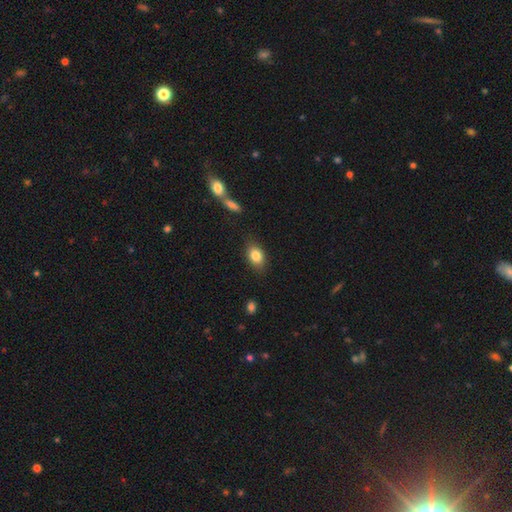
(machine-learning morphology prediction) Smooth or featured? smooth (83%)
How rounded? in between (79%)
Merging? none (81%)